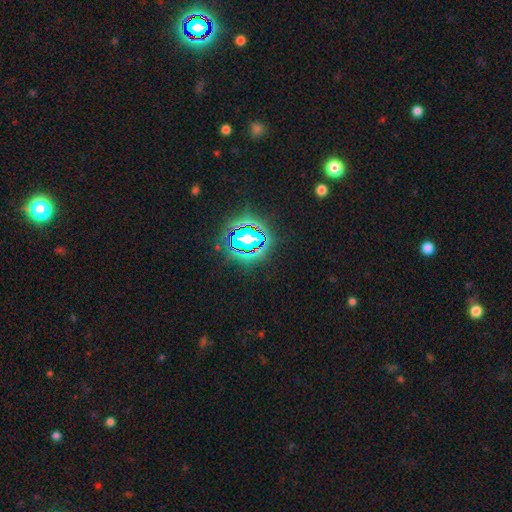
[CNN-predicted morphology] The model was most divided on "smooth or featured": star or artifact: 83%, smooth: 10%, featured or disk: 6%.